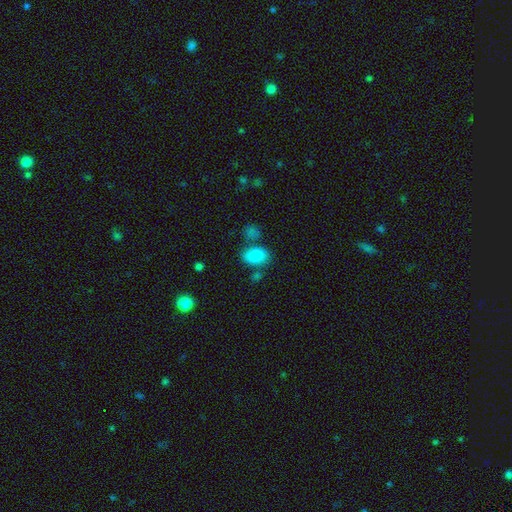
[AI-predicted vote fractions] smooth_or_featured: smooth (p=0.84) [alt: star or artifact p=0.09]
how_rounded: in between (p=0.83) [alt: round p=0.16]
merging: none (p=0.61) [alt: merger p=0.17]